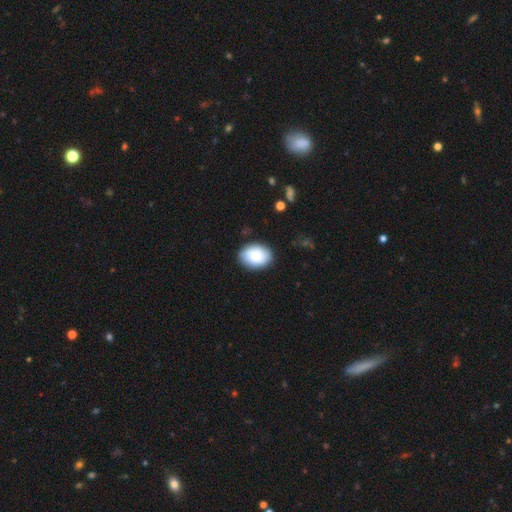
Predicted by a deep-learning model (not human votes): Smooth or featured? smooth (81%)
How rounded? in between (74%)
Merging? none (83%)